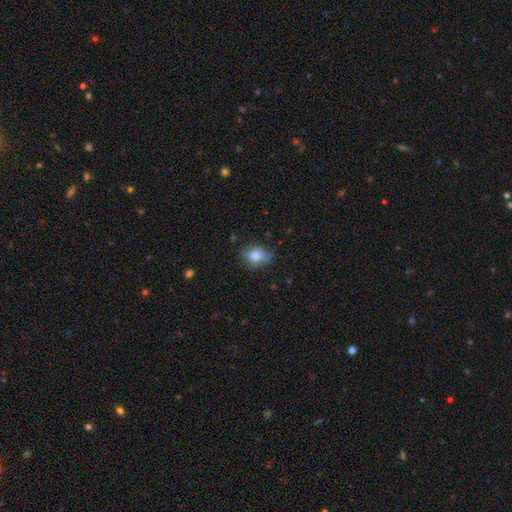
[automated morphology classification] smooth 76%, featured or disk 15%, star or artifact 10%. Down the decision tree: how rounded — in between (51%); merging — none (68%).